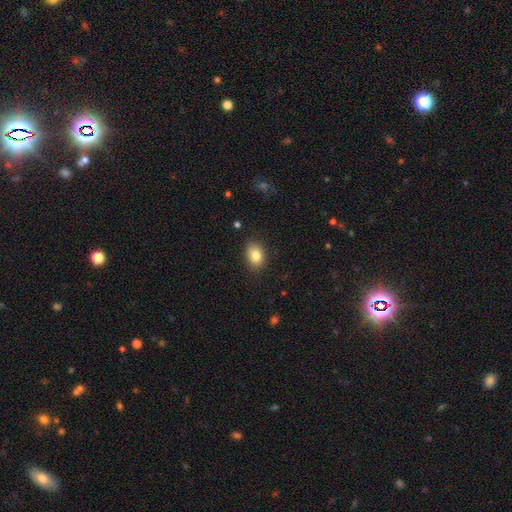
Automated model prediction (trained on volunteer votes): Smooth or featured?
  - smooth: 82% *
  - star or artifact: 9%
  - featured or disk: 8%
How rounded?
  - in between: 71% *
  - round: 27%
  - cigar-shaped: 1%
Merging?
  - none: 85% *
  - minor disturbance: 12%
  - major disturbance: 3%
  - merger: 1%